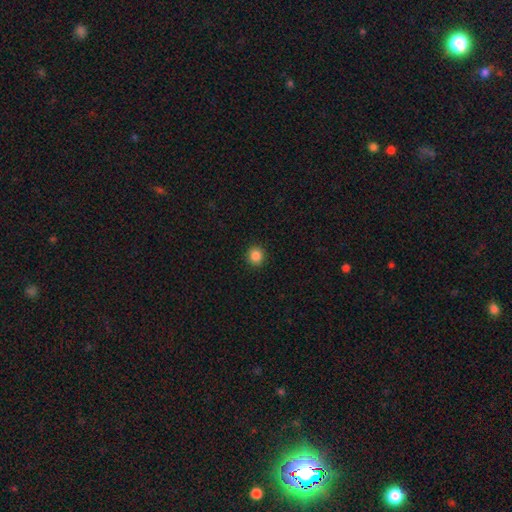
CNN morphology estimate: A smooth galaxy with no disk features (86%) that is round (91%). Merging: none (92%).